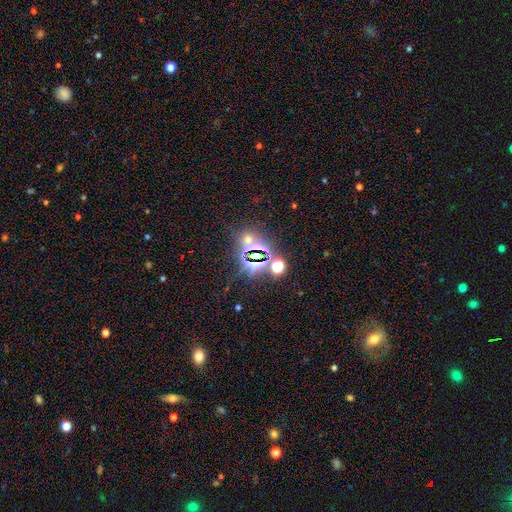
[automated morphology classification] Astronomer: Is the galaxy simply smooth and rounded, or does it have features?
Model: star or artifact — 75%.